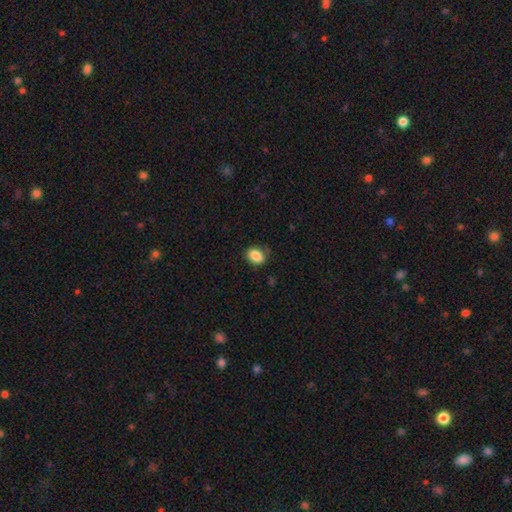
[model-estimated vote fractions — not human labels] Smooth or featured?
  - smooth: 87% *
  - star or artifact: 9%
  - featured or disk: 5%
How rounded?
  - in between: 70% *
  - round: 29%
  - cigar-shaped: 1%
Merging?
  - none: 78% *
  - minor disturbance: 17%
  - major disturbance: 4%
  - merger: 1%